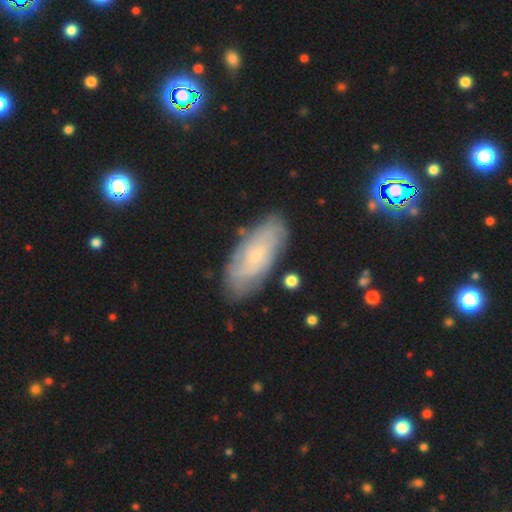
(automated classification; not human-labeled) Smooth or featured?
  - featured or disk: 55% *
  - smooth: 38%
  - star or artifact: 7%
Edge-on disk?
  - no: 87% *
  - yes: 13%
Merging?
  - none: 79% *
  - minor disturbance: 15%
  - major disturbance: 4%
  - merger: 2%